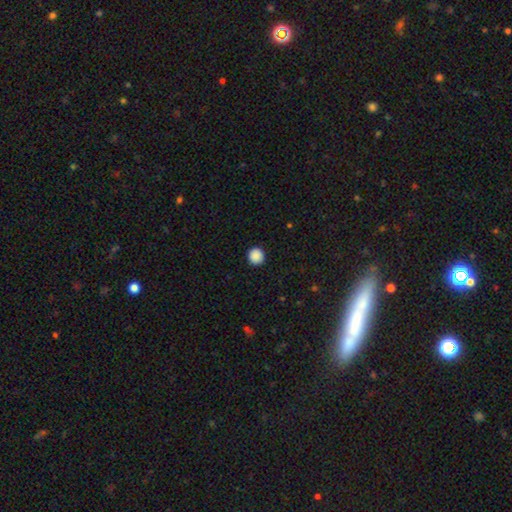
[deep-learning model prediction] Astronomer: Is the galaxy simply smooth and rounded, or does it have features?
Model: smooth — 89%.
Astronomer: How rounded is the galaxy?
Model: round — 93%.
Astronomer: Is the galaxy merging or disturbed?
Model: none — 93%.